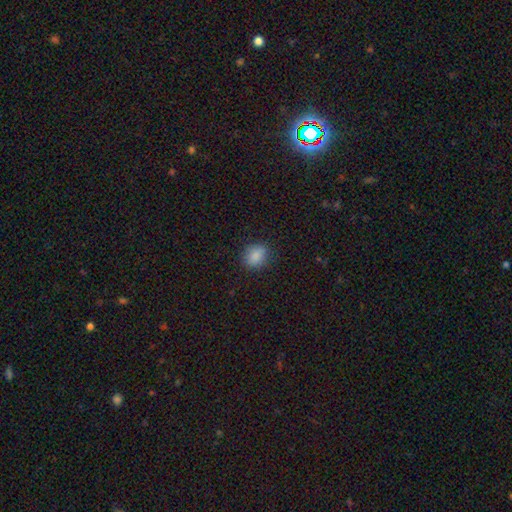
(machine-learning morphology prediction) Smooth or featured? Predicted: smooth (p=0.86). How rounded? Predicted: round (p=0.50). Merging? Predicted: none (p=0.84).